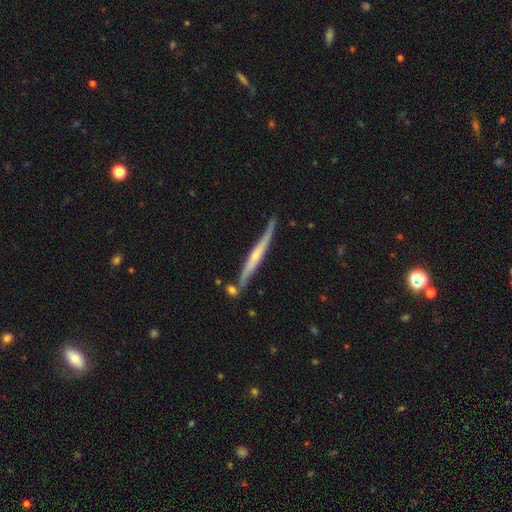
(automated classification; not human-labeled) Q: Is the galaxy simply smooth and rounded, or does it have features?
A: featured or disk — 70%.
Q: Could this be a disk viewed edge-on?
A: yes — 95%.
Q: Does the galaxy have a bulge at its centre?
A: rounded — 54%.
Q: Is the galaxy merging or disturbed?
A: none — 73%.